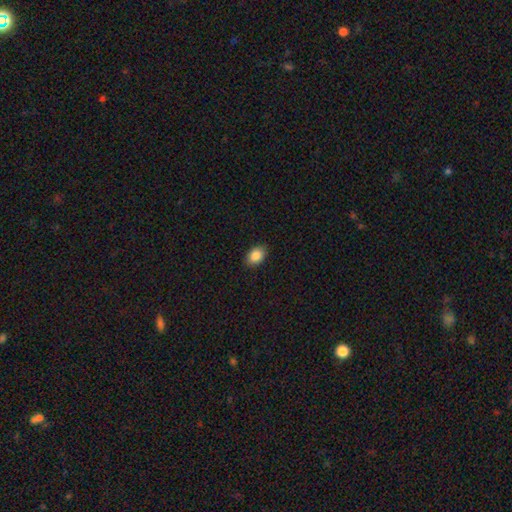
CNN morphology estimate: This is clearly a smooth galaxy (87%). How rounded: clearly in between (84%). Merging: clearly none (88%).